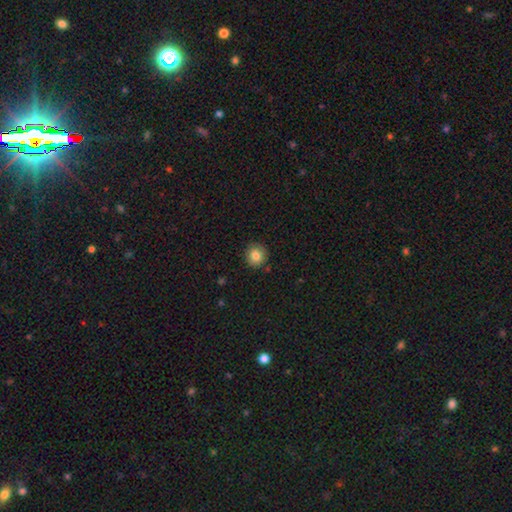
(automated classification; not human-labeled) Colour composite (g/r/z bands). It shows a smooth galaxy with no disk features (83%) that is round (90%). Merging: none (89%).